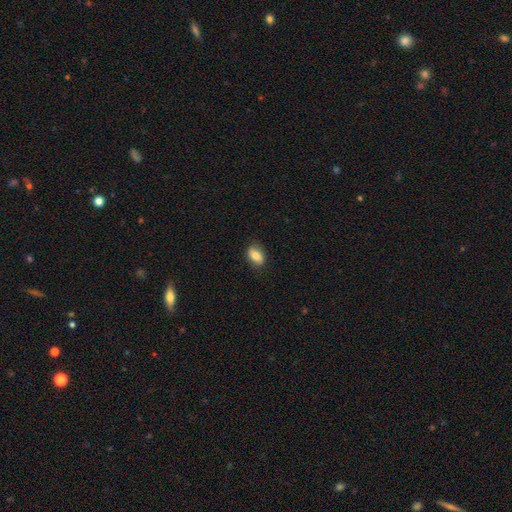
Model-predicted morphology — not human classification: type=smooth (74%); roundness=in between (84%); merging=none (84%).